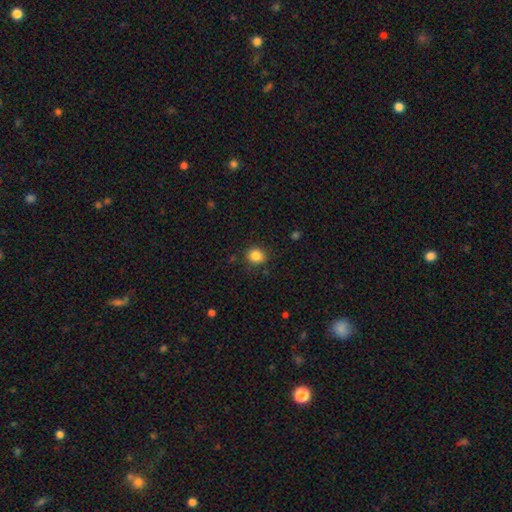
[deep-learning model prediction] Smooth or featured: smooth — 85% (star or artifact — 11%)
How rounded: round — 81% (in between — 19%)
Merging: none — 85% (minor disturbance — 10%)